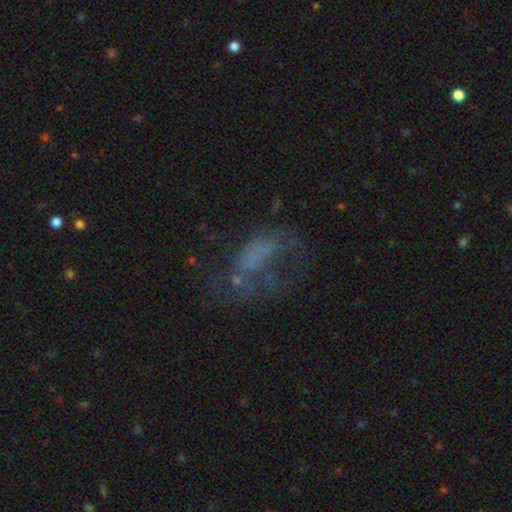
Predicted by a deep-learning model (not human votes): This appears to be a featured or disk galaxy (46%). Merging: major disturbance (45%).